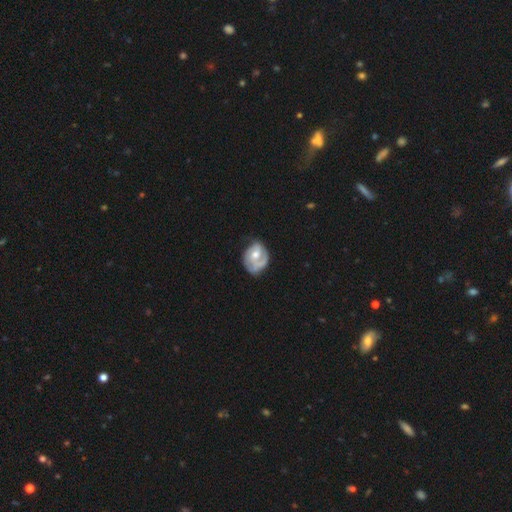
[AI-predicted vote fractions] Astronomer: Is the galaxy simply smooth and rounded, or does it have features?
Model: featured or disk — 66%.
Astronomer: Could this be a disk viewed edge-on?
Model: no — 97%.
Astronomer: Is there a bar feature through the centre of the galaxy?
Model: no — 67%.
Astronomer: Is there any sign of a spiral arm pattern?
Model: yes — 79%.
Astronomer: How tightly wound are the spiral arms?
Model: tight — 50% (runner-up: medium, 33%).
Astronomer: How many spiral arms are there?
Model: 1 — 34% (runner-up: 2, 32%).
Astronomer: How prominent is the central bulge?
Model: moderate — 65%.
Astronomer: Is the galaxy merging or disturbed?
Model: none — 47% (runner-up: minor disturbance, 30%).